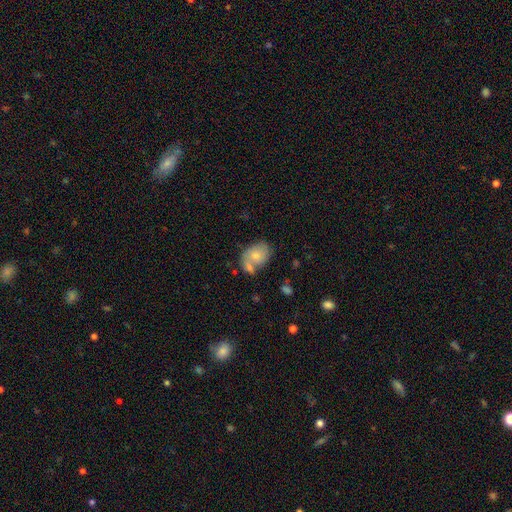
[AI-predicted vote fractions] A smooth galaxy with no disk features (72%) that is in between round and cigar-shaped (70%). Merging: none (42%).